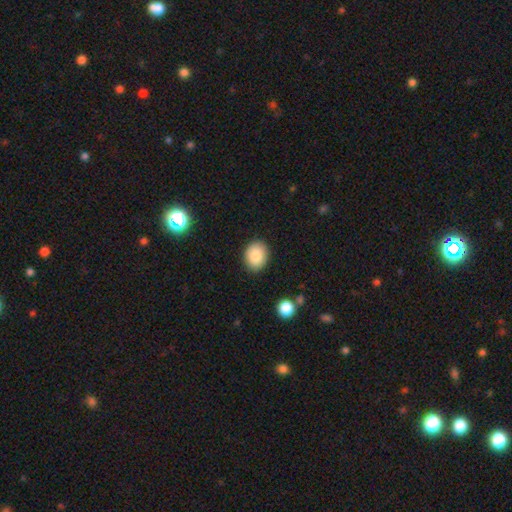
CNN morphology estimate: Smooth or featured? Predicted: smooth (p=0.85). How rounded? Predicted: round (p=0.50). Merging? Predicted: none (p=0.88).